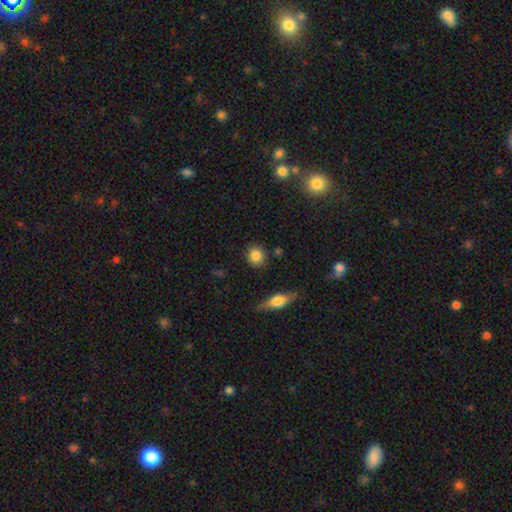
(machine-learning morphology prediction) Smooth or featured? Predicted: smooth (p=0.85). How rounded? Predicted: round (p=0.80). Merging? Predicted: none (p=0.84).